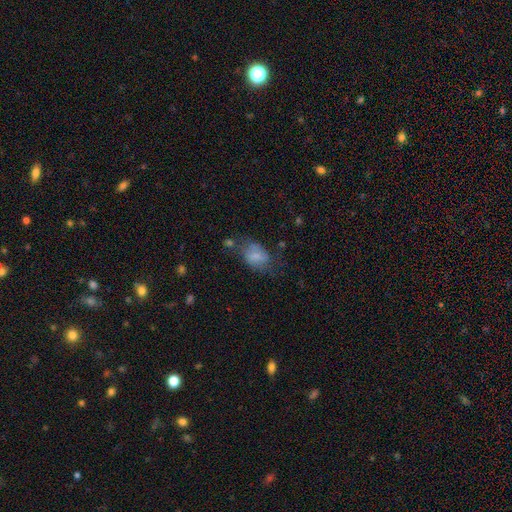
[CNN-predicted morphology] smooth 68%, featured or disk 22%, star or artifact 9%. Down the decision tree: how rounded — in between (80%); merging — none (46%).